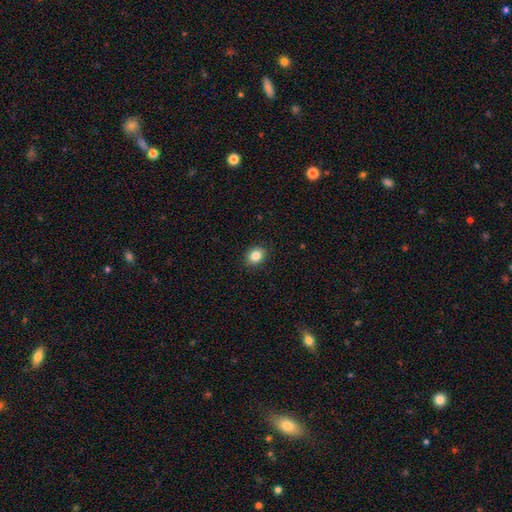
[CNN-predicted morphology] Smooth or featured? smooth (84%)
How rounded? round (54%)
Merging? none (90%)